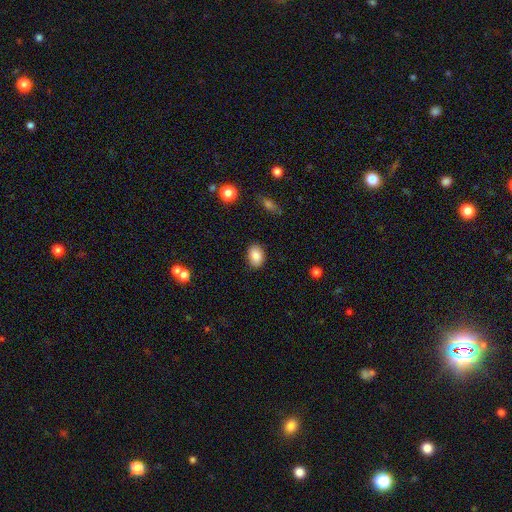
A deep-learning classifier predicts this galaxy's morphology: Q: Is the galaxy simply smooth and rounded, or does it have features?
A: smooth — 87%.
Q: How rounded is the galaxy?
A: in between — 82%.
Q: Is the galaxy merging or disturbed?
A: none — 87%.